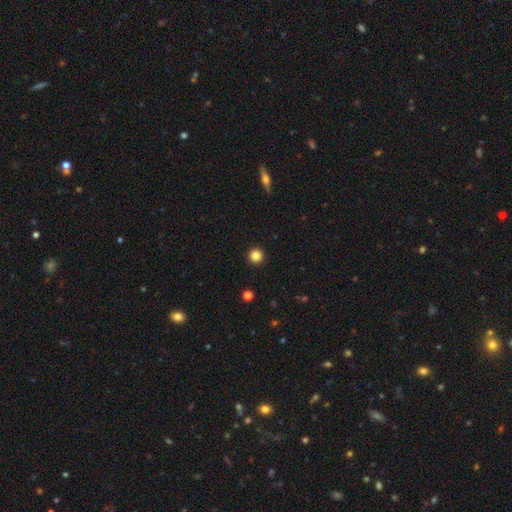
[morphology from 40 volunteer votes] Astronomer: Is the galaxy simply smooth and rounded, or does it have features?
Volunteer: smooth — 90%.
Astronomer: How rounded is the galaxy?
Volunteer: round — 100%.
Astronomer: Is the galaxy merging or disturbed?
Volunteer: none — 97%.